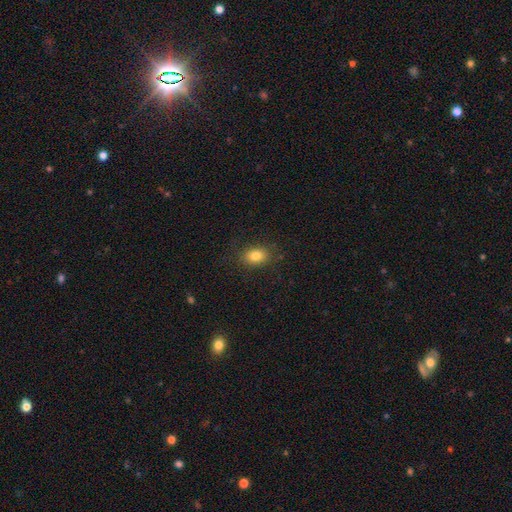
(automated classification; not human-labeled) Smooth or featured?
  - smooth: 82% *
  - star or artifact: 10%
  - featured or disk: 8%
How rounded?
  - in between: 72% *
  - round: 27%
  - cigar-shaped: 1%
Merging?
  - none: 84% *
  - minor disturbance: 11%
  - major disturbance: 4%
  - merger: 1%